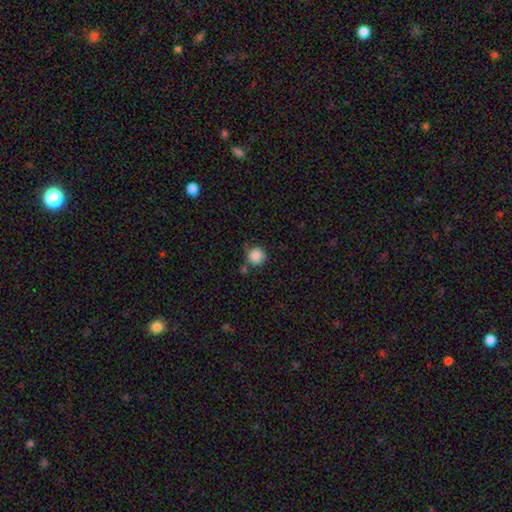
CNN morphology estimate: Smooth or featured? Predicted: smooth (p=0.87). How rounded? Predicted: round (p=0.93). Merging? Predicted: none (p=0.71).